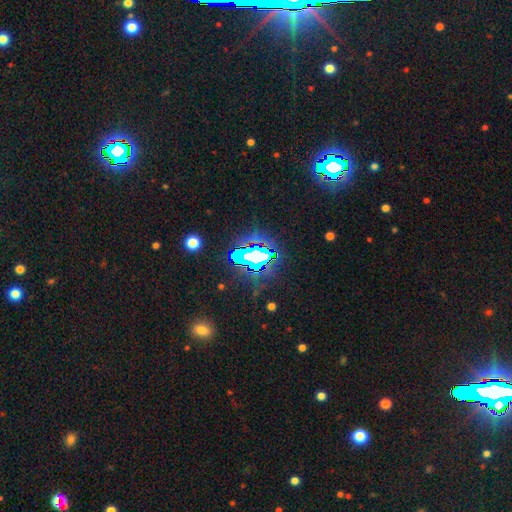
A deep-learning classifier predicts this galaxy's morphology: star or artifact 69%, smooth 17%, featured or disk 14%.